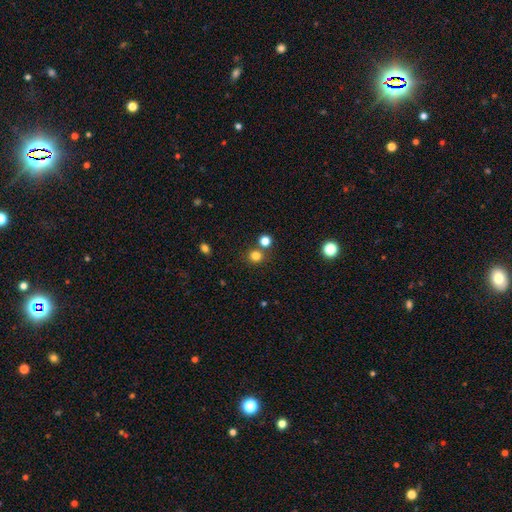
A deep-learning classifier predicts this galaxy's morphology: Smooth or featured: smooth — 79% (star or artifact — 16%)
How rounded: round — 89% (in between — 10%)
Merging: none — 75% (merger — 15%)